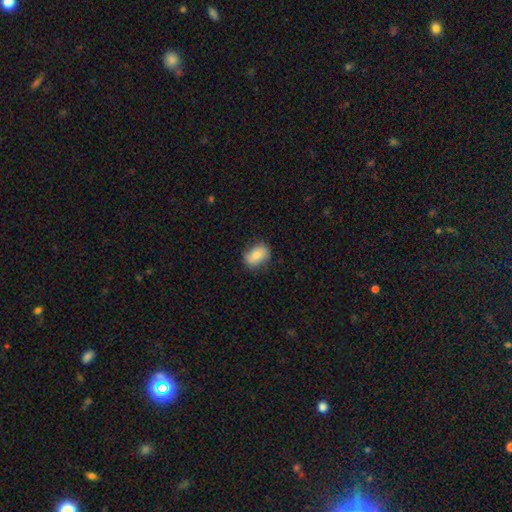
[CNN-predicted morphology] Overall: smooth (75%). How rounded: in between (76%). Merging: none (78%).